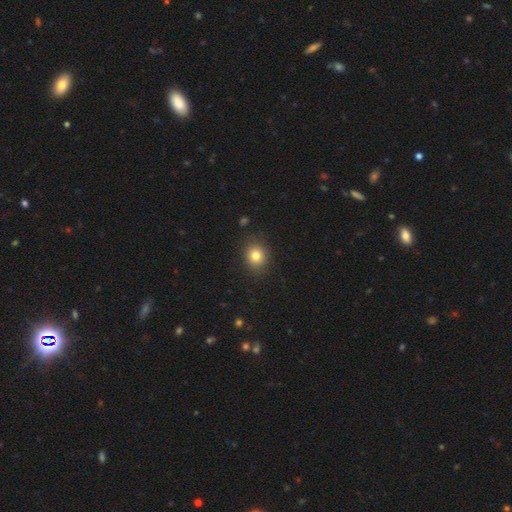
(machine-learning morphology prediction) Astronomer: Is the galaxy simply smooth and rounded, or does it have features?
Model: smooth — 81%.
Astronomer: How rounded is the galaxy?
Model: round — 69%.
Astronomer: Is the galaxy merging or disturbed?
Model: none — 87%.